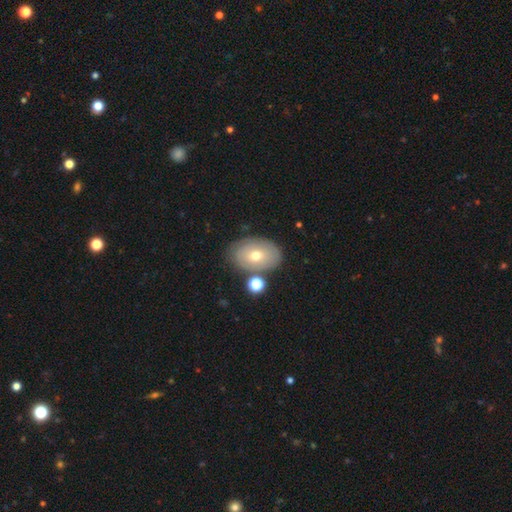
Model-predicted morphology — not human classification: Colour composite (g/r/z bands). It shows a smooth galaxy with no disk features (59%) that is in between round and cigar-shaped (81%). Merging: none (72%).